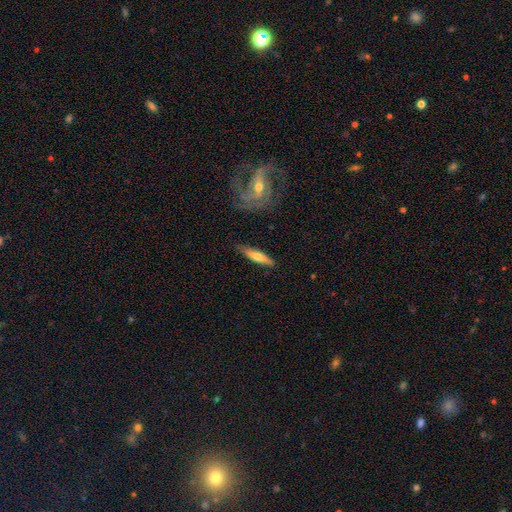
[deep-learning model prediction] Smooth or featured? Predicted: smooth (p=0.53). How rounded? Predicted: cigar-shaped (p=0.79). Merging? Predicted: none (p=0.84).